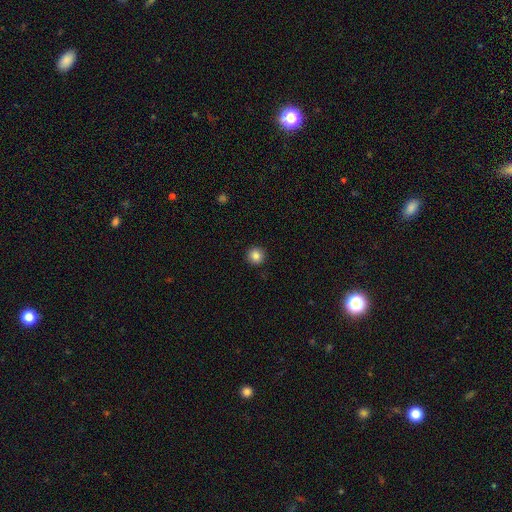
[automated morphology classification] smooth_or_featured: smooth (p=0.85) [alt: star or artifact p=0.10]
how_rounded: round (p=0.95) [alt: in between p=0.04]
merging: none (p=0.93) [alt: minor disturbance p=0.04]